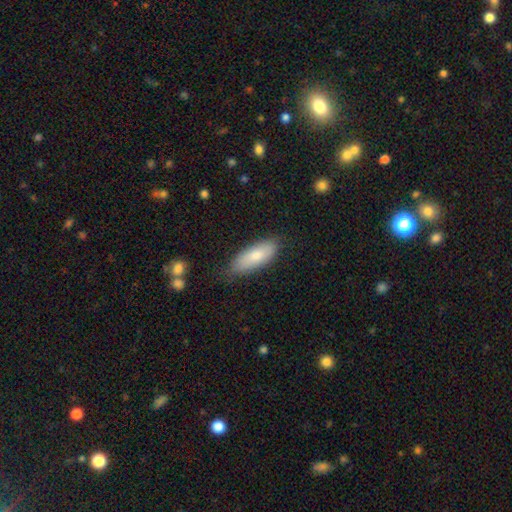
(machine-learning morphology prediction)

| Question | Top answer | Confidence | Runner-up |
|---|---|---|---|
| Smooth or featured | smooth | 77% | featured or disk (17%) |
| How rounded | in between | 74% | cigar-shaped (24%) |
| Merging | none | 74% | minor disturbance (20%) |